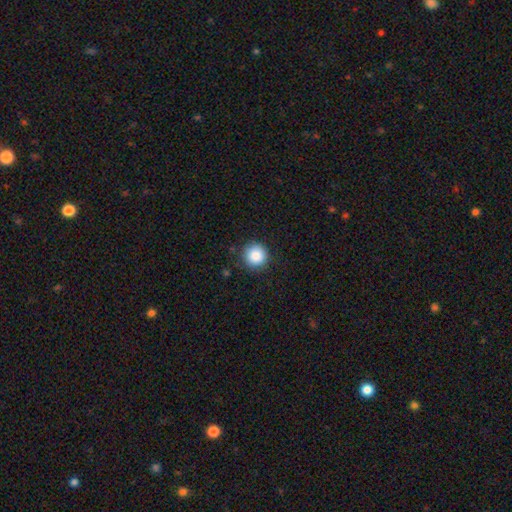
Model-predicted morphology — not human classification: smooth-or-featured: smooth: 87% | star or artifact: 9% | featured or disk: 4%
  how-rounded: round: 95% | in between: 4% | cigar-shaped: 1%
  merging: none: 88% | minor disturbance: 8% | major disturbance: 2% | merger: 1%